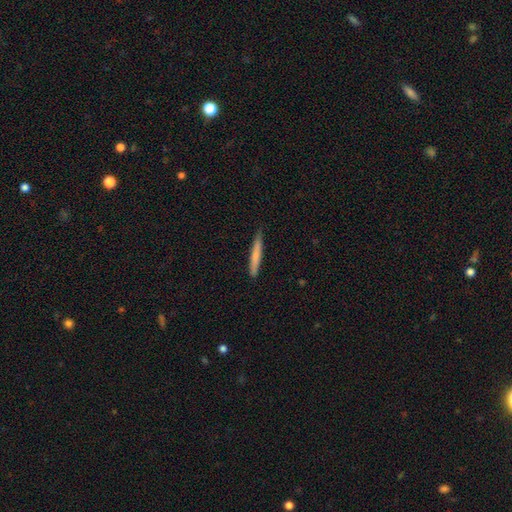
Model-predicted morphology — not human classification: smooth-or-featured: smooth: 71% | featured or disk: 23% | star or artifact: 6%
  how-rounded: cigar-shaped: 96% | in between: 3% | round: 1%
  merging: none: 87% | minor disturbance: 10% | major disturbance: 2% | merger: 1%